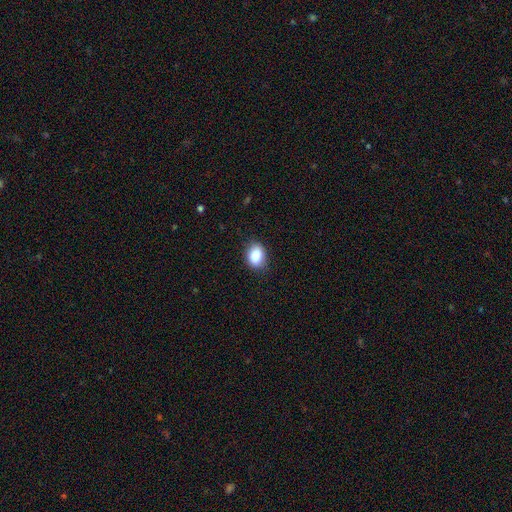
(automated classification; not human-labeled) This appears to be a smooth galaxy with no disk features (88%) that is in between round and cigar-shaped (68%). Merging: none (81%).